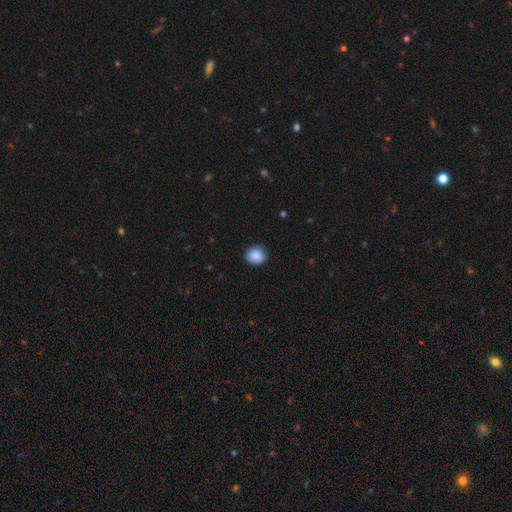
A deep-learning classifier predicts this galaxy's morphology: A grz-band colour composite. It shows a smooth galaxy with no disk features (88%) that is round (73%). Merging: none (85%).